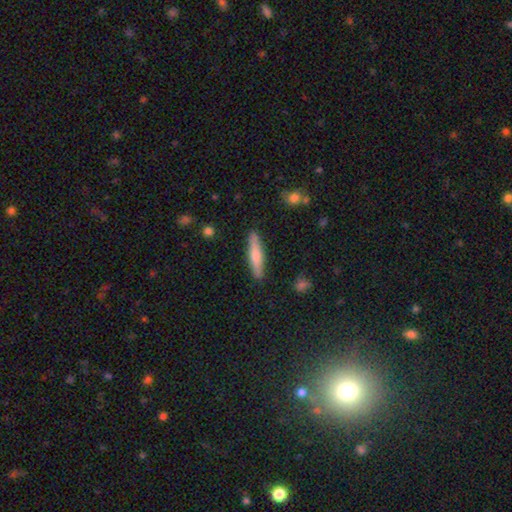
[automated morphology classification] smooth-or-featured: smooth: 64% | featured or disk: 30% | star or artifact: 6%
  how-rounded: cigar-shaped: 85% | in between: 13% | round: 2%
  merging: none: 88% | minor disturbance: 9% | major disturbance: 2% | merger: 2%